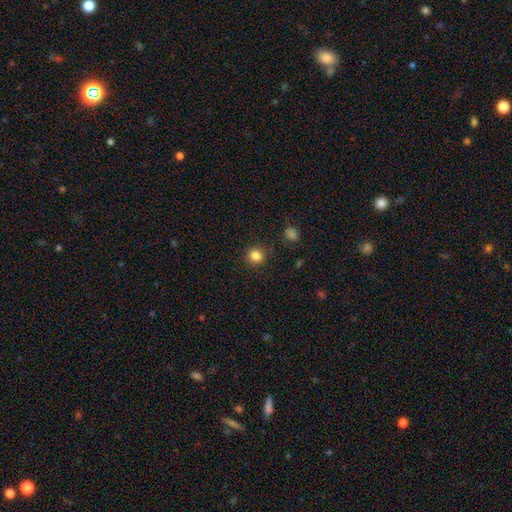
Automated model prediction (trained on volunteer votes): This appears to be a smooth galaxy with no disk features (84%) that is round (86%). Merging: none (89%).